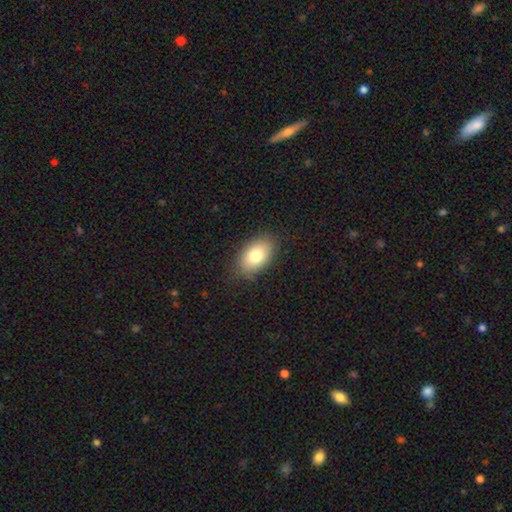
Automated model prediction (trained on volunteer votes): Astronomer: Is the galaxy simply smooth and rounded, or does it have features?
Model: smooth — 79%.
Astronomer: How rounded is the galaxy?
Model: in between — 91%.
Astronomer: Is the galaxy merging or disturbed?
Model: none — 84%.